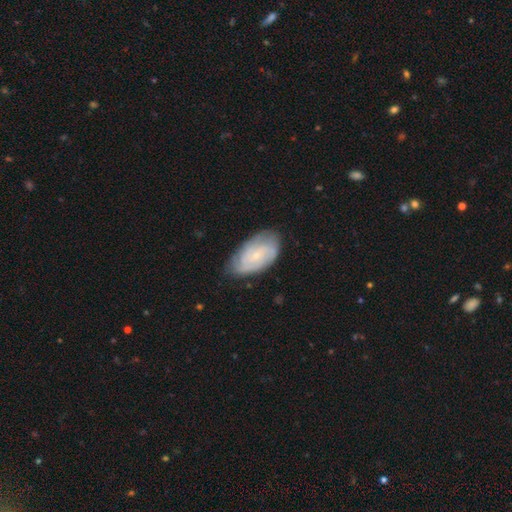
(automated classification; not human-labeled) Smooth or featured? Predicted: featured or disk (p=0.67). Edge-on disk? Predicted: no (p=0.96). Bar? Predicted: no (p=0.66). Spiral arms? Predicted: yes (p=0.89). Spiral winding? Predicted: tight (p=0.60). Spiral arm count? Predicted: can't tell (p=0.43). Bulge size? Predicted: small (p=0.78). Merging? Predicted: none (p=0.71).